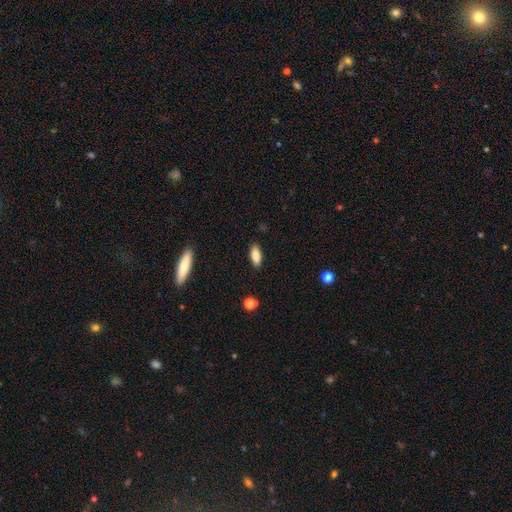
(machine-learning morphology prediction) This appears to be a smooth galaxy with no disk features (86%) that is in between round and cigar-shaped (78%). Merging: none (87%).